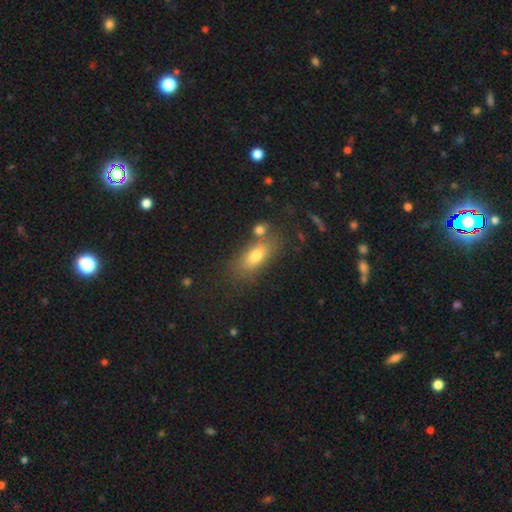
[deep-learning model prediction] Smooth or featured? Predicted: smooth (p=0.74). How rounded? Predicted: in between (p=0.79). Merging? Predicted: none (p=0.66).